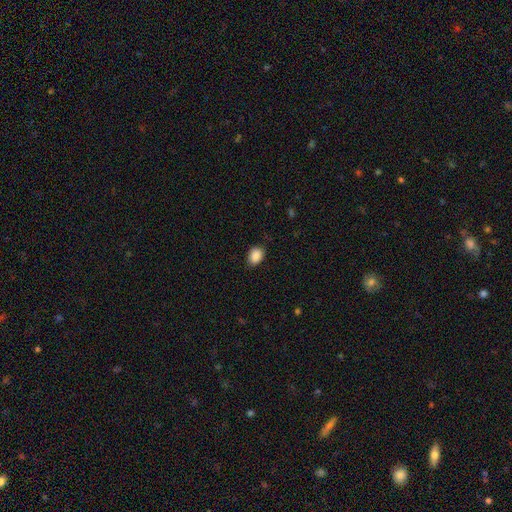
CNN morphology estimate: smooth_or_featured: smooth (p=0.89) [alt: star or artifact p=0.08]
how_rounded: in between (p=0.67) [alt: round p=0.32]
merging: none (p=0.81) [alt: minor disturbance p=0.15]